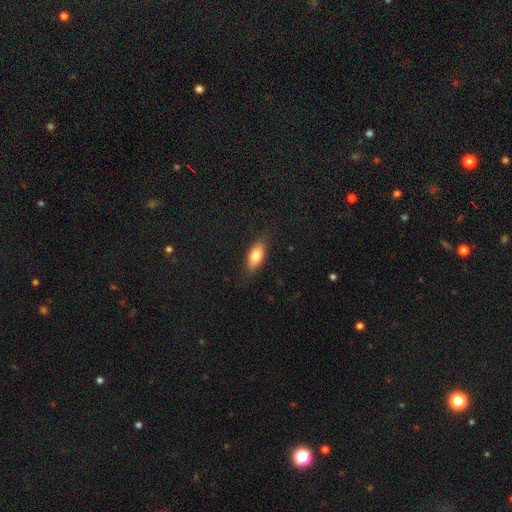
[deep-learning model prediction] smooth_or_featured: smooth (p=0.76) [alt: featured or disk p=0.17]
how_rounded: in between (p=0.82) [alt: cigar-shaped p=0.15]
merging: none (p=0.82) [alt: minor disturbance p=0.13]